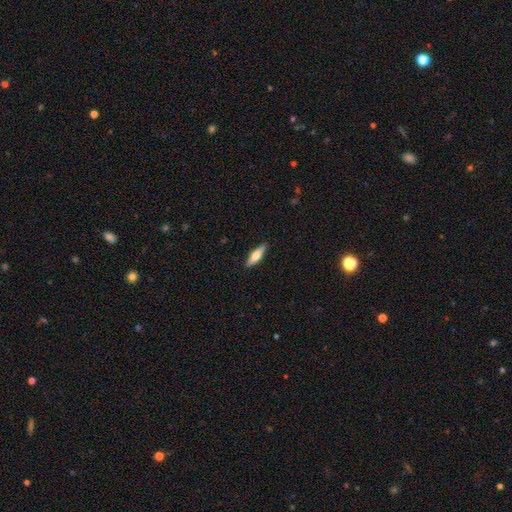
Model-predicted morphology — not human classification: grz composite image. It shows a smooth galaxy with no disk features (51%) that is cigar-shaped (61%). Merging: none (90%).